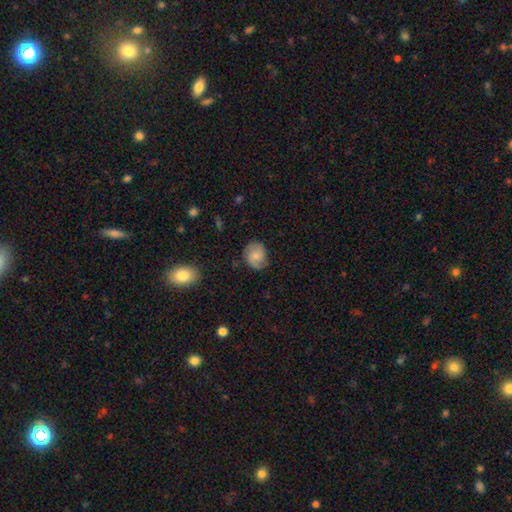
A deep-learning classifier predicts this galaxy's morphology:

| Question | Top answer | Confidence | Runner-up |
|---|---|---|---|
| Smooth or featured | featured or disk | 47% | smooth (45%) |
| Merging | none | 75% | minor disturbance (18%) |